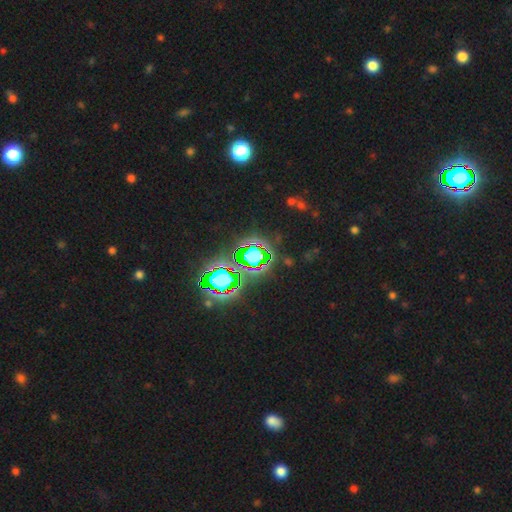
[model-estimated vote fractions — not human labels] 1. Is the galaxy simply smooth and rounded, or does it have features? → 75% star or artifact, 14% smooth, 11% featured or disk.